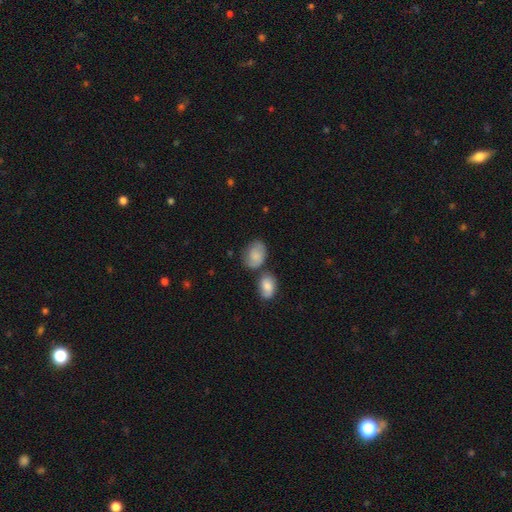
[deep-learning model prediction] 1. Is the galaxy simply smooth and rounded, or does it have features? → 72% smooth, 21% featured or disk, 8% star or artifact.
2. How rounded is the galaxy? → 76% in between, 23% round, 1% cigar-shaped.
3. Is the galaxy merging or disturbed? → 53% none, 22% minor disturbance, 19% merger, 7% major disturbance.